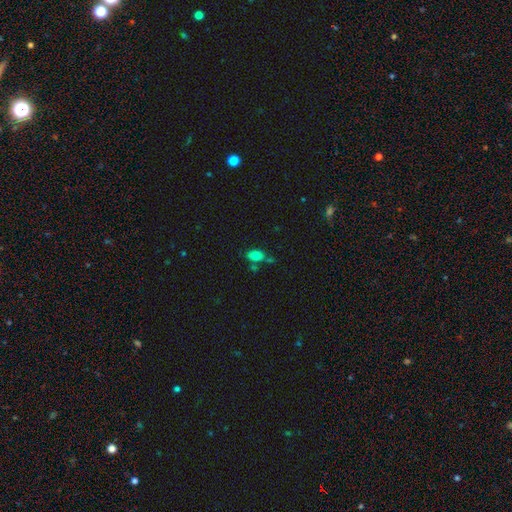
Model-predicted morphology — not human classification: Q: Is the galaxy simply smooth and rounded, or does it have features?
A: smooth — 79%.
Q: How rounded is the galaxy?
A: in between — 85%.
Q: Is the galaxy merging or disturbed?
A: none — 62%.